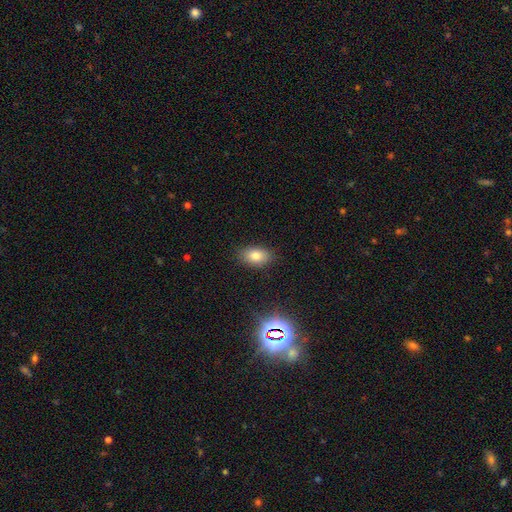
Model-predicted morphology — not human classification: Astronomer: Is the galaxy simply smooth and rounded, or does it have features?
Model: smooth — 79%.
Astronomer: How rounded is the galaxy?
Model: in between — 87%.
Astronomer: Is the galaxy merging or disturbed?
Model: none — 85%.